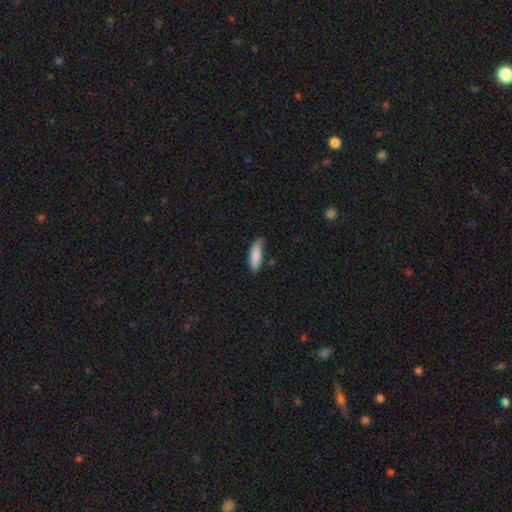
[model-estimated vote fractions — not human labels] Smooth or featured? Predicted: smooth (p=0.87). How rounded? Predicted: cigar-shaped (p=0.50). Merging? Predicted: none (p=0.68).